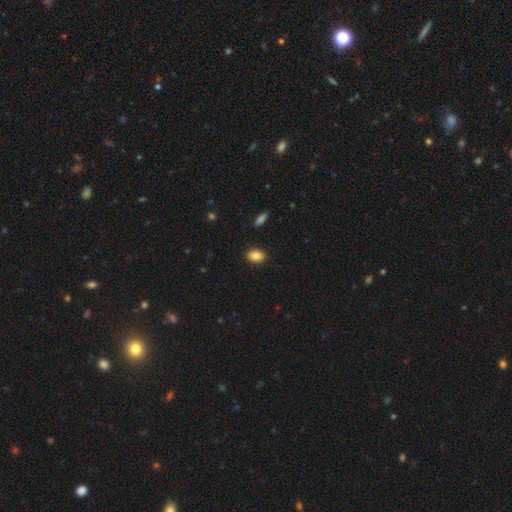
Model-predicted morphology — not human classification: Smooth or featured?
  - smooth: 86% *
  - star or artifact: 8%
  - featured or disk: 6%
How rounded?
  - in between: 81% *
  - round: 18%
  - cigar-shaped: 2%
Merging?
  - none: 88% *
  - minor disturbance: 8%
  - major disturbance: 2%
  - merger: 1%